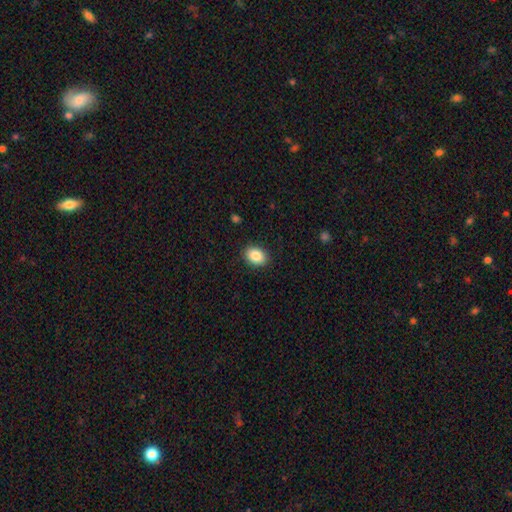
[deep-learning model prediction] Smooth or featured? smooth (87%)
How rounded? in between (71%)
Merging? none (89%)